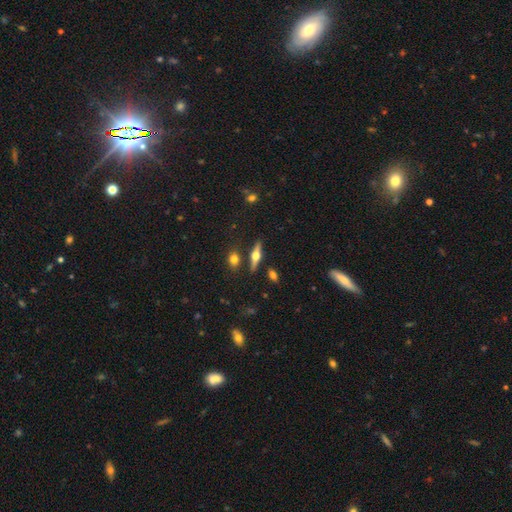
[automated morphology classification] smooth-or-featured: featured or disk: 66% | smooth: 26% | star or artifact: 8%
  disk-edge-on: yes: 96% | no: 4%
    edge-on-bulge: rounded: 95% | boxy: 3% | none: 2%
  merging: none: 82% | minor disturbance: 9% | merger: 6% | major disturbance: 3%